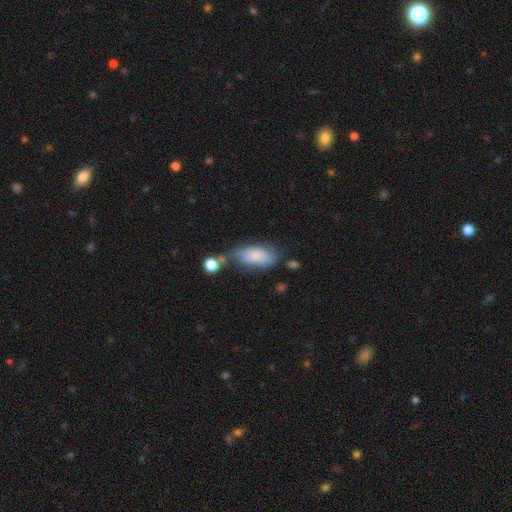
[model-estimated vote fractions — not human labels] Smooth or featured? smooth (62%)
How rounded? in between (88%)
Merging? none (34%)